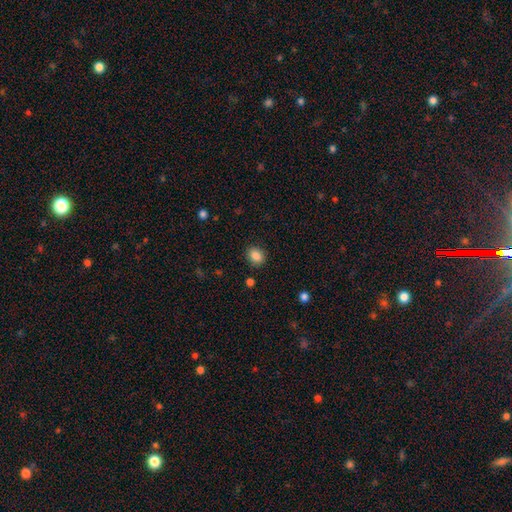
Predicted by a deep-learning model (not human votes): smooth 86%, star or artifact 10%, featured or disk 4%. Down the decision tree: how rounded — round (51%); merging — none (87%).